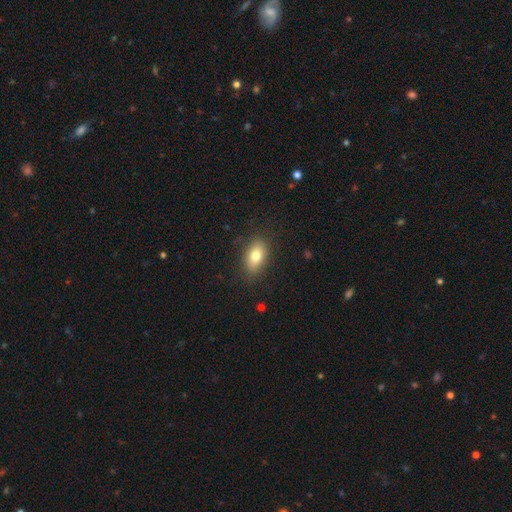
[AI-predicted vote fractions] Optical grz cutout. It shows a smooth galaxy with no disk features (78%) that is in between round and cigar-shaped (87%). Merging: none (84%).